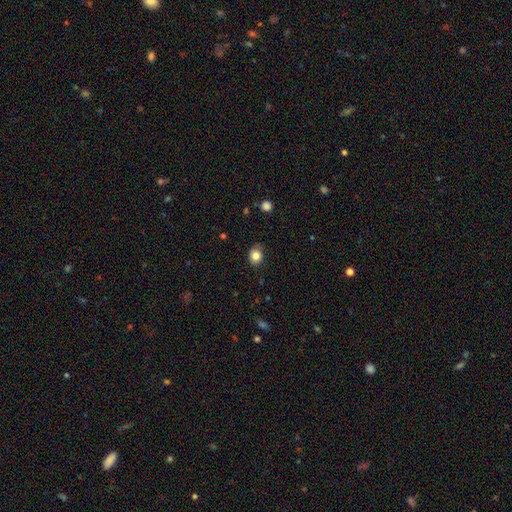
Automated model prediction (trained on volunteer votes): Morphology: type=smooth (83%); roundness=round (62%); merging=none (76%).